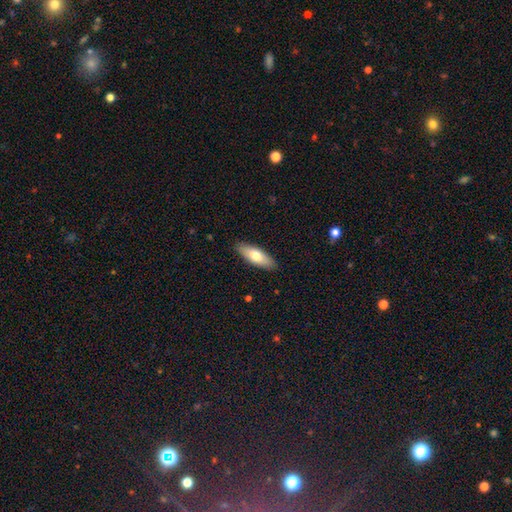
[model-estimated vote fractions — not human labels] Overall: smooth (70%). How rounded: in between (65%; cigar-shaped 33%). Merging: none (89%).